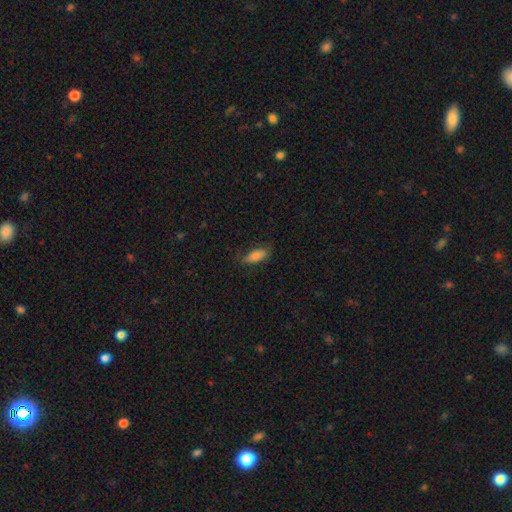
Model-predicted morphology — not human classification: Overall: smooth (80%). How rounded: in between (78%). Merging: none (74%).